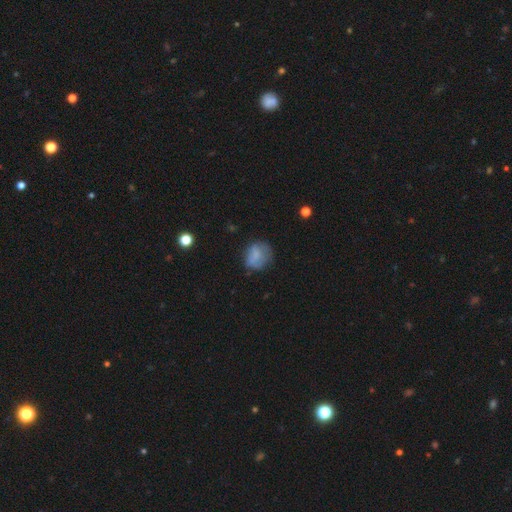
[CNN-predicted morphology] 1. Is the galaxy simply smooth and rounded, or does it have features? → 69% smooth, 20% featured or disk, 10% star or artifact.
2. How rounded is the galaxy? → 68% round, 31% in between, 1% cigar-shaped.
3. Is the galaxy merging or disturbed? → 58% none, 26% minor disturbance, 13% major disturbance, 2% merger.